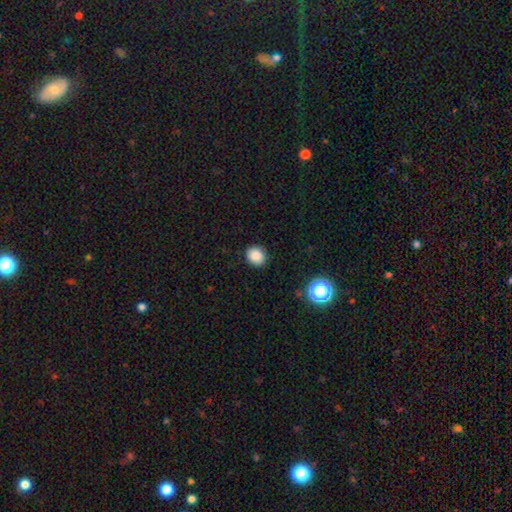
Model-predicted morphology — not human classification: Smooth or featured?
  - smooth: 86% *
  - star or artifact: 10%
  - featured or disk: 4%
How rounded?
  - round: 71% *
  - in between: 29%
  - cigar-shaped: 1%
Merging?
  - none: 89% *
  - minor disturbance: 7%
  - major disturbance: 2%
  - merger: 1%